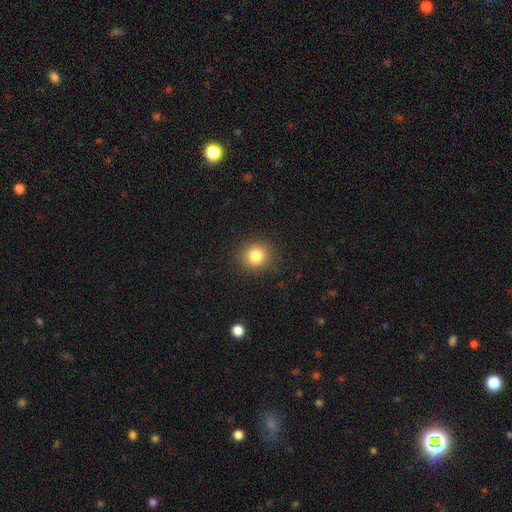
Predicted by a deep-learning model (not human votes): smooth_or_featured: smooth (p=0.81) [alt: star or artifact p=0.12]
how_rounded: round (p=0.86) [alt: in between p=0.13]
merging: none (p=0.89) [alt: minor disturbance p=0.07]